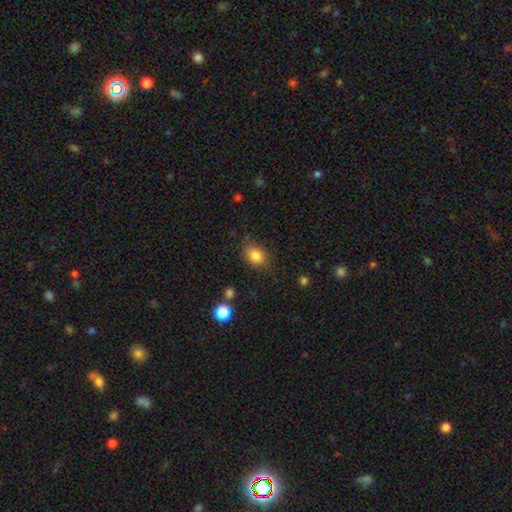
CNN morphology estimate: smooth_or_featured: smooth (p=0.84) [alt: star or artifact p=0.10]
how_rounded: in between (p=0.53) [alt: round p=0.46]
merging: none (p=0.74) [alt: minor disturbance p=0.19]